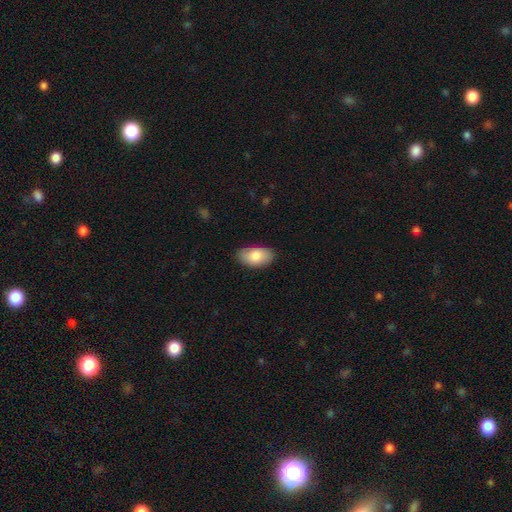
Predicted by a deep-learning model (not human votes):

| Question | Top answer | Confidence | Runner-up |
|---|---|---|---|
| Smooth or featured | smooth | 81% | featured or disk (13%) |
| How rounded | in between | 94% | round (4%) |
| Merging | none | 83% | minor disturbance (13%) |